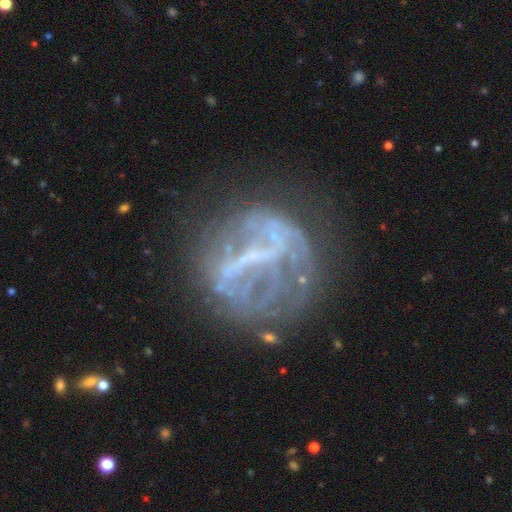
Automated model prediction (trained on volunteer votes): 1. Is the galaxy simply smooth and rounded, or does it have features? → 69% featured or disk, 16% smooth, 15% star or artifact.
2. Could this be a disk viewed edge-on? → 95% no, 5% yes.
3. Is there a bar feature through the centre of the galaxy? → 46% strong, 30% no, 24% weak.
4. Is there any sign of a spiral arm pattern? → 71% no, 29% yes.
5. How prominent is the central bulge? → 66% none, 22% small, 9% moderate, 2% large, 1% dominant.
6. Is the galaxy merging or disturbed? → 56% none, 23% major disturbance, 16% minor disturbance, 5% merger.